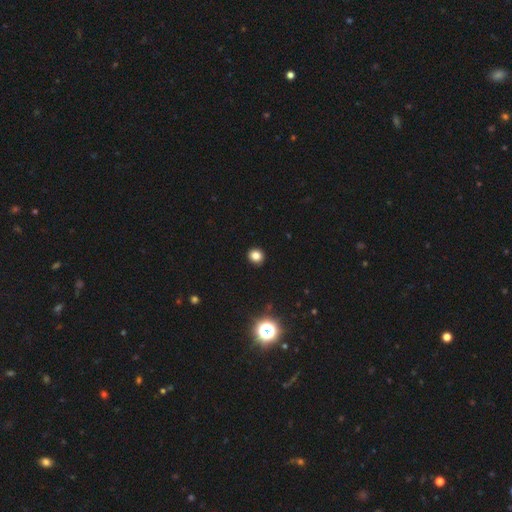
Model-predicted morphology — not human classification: smooth-or-featured: smooth: 83% | star or artifact: 13% | featured or disk: 4%
  how-rounded: round: 83% | in between: 16% | cigar-shaped: 1%
  merging: none: 92% | minor disturbance: 5% | major disturbance: 2% | merger: 1%